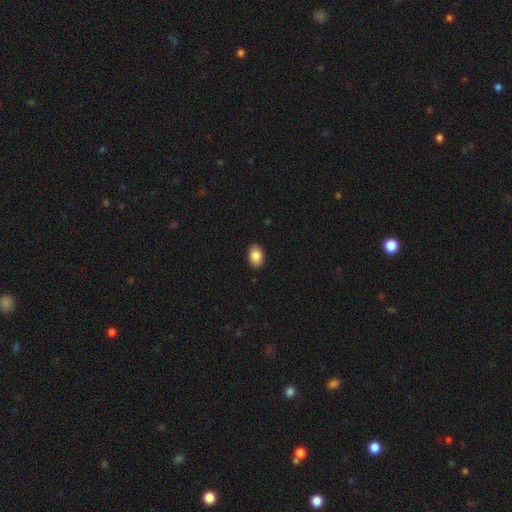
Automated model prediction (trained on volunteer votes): Overall: smooth (87%). How rounded: in between (86%). Merging: none (90%).